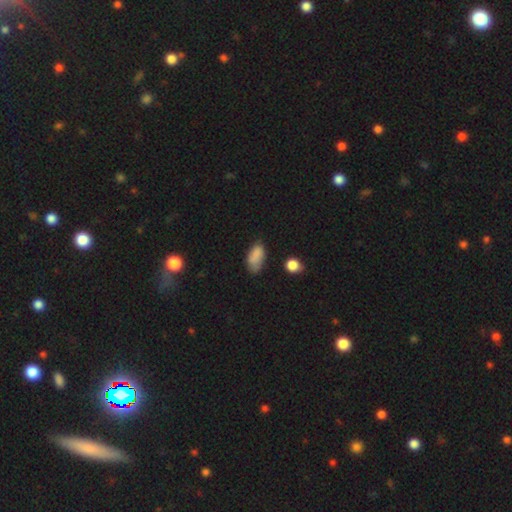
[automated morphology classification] type=smooth (83%); roundness=in between (92%); merging=none (56%).